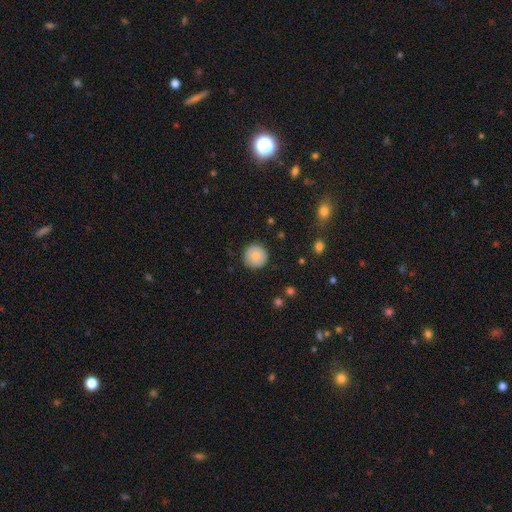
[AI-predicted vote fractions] Morphology: type=smooth (81%); roundness=round (96%); merging=none (90%).